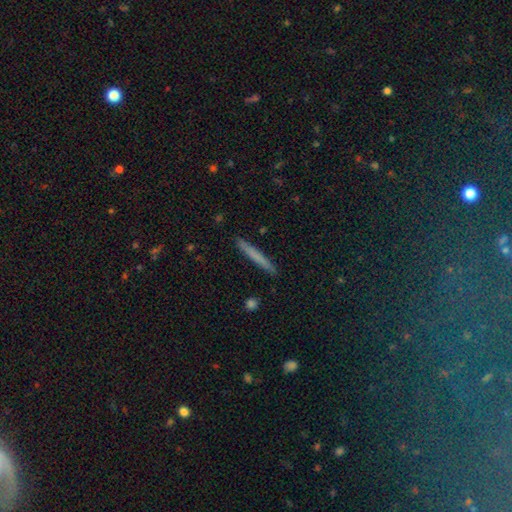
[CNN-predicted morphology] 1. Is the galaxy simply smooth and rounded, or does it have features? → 68% smooth, 26% featured or disk, 6% star or artifact.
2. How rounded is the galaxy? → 97% cigar-shaped, 2% in between, 1% round.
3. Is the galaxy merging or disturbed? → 91% none, 7% minor disturbance, 1% major disturbance, 1% merger.